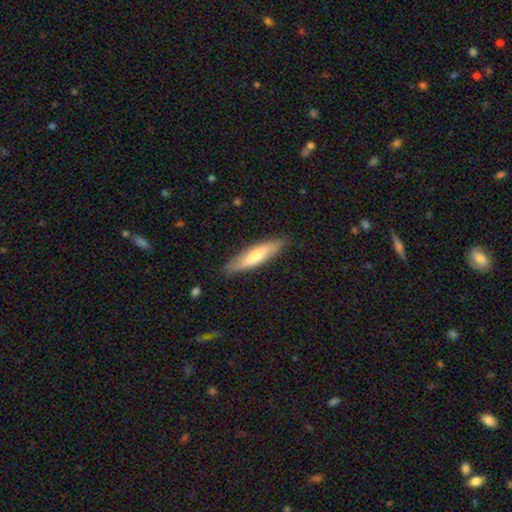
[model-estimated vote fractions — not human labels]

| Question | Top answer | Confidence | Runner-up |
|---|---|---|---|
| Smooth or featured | smooth | 63% | featured or disk (32%) |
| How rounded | cigar-shaped | 73% | in between (25%) |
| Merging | none | 84% | minor disturbance (13%) |